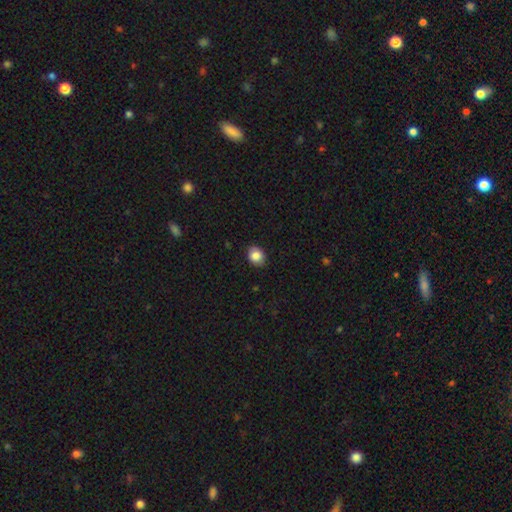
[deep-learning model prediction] The model was most divided on "how rounded": round: 53%, in between: 46%, cigar-shaped: 1%. More confident: merging — none (88%); smooth or featured — smooth (85%).